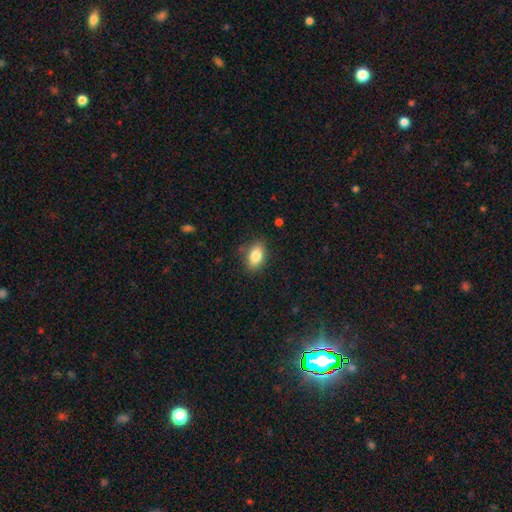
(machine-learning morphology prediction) The model was most divided on "merging": none: 84%, minor disturbance: 12%, major disturbance: 3%, merger: 1%. More confident: how rounded — in between (88%); smooth or featured — smooth (85%).